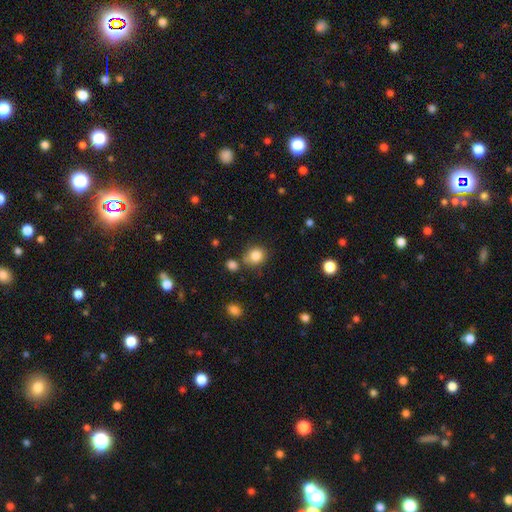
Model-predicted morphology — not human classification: smooth-or-featured: smooth: 84% | star or artifact: 10% | featured or disk: 6%
  how-rounded: round: 70% | in between: 29% | cigar-shaped: 1%
  merging: none: 71% | minor disturbance: 14% | merger: 10% | major disturbance: 4%